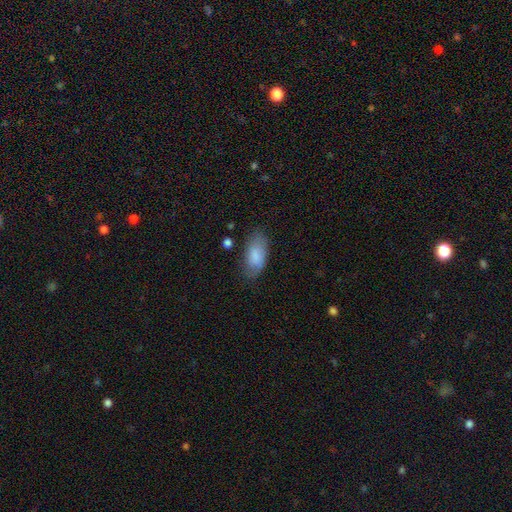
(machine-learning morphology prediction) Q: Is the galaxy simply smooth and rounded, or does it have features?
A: smooth — 81%.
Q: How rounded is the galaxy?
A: in between — 92%.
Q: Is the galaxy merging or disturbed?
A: none — 71%.